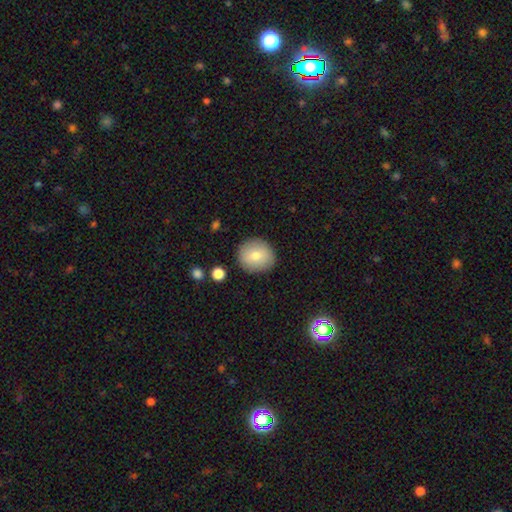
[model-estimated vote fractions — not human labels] Overall: smooth (75%). How rounded: round (86%). Merging: none (89%).